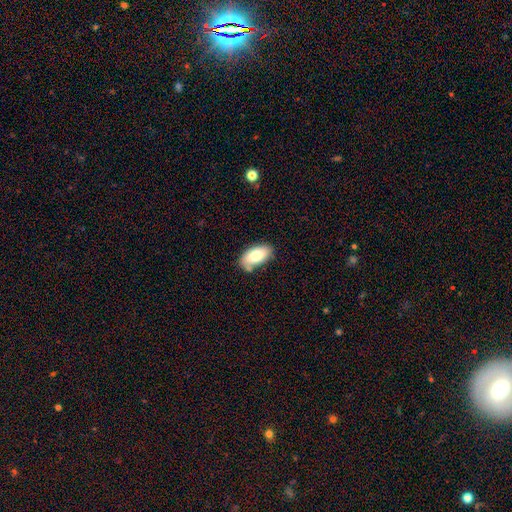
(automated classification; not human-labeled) smooth-or-featured: smooth: 77% | featured or disk: 16% | star or artifact: 7%
  how-rounded: in between: 94% | round: 3% | cigar-shaped: 3%
  merging: none: 74% | minor disturbance: 18% | merger: 5% | major disturbance: 4%